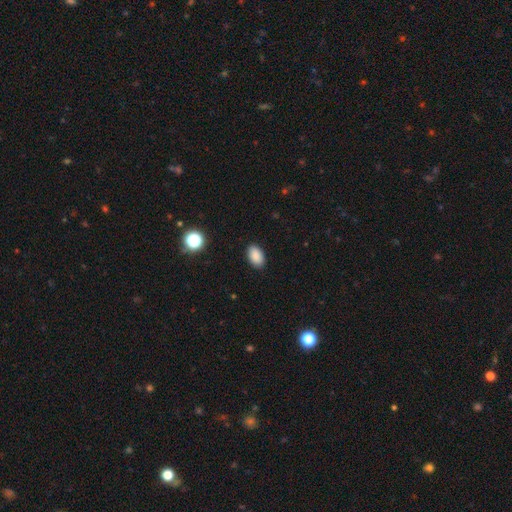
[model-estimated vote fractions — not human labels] Morphology: type=smooth (88%); roundness=in between (91%); merging=none (89%).